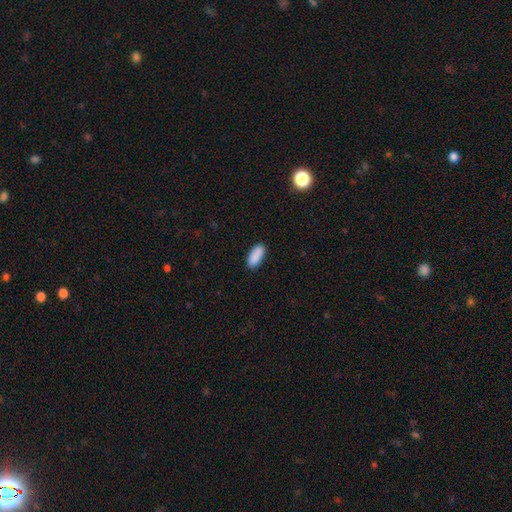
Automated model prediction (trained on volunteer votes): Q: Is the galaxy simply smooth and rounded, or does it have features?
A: smooth — 90%.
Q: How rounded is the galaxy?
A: in between — 85%.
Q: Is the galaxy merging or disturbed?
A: none — 87%.